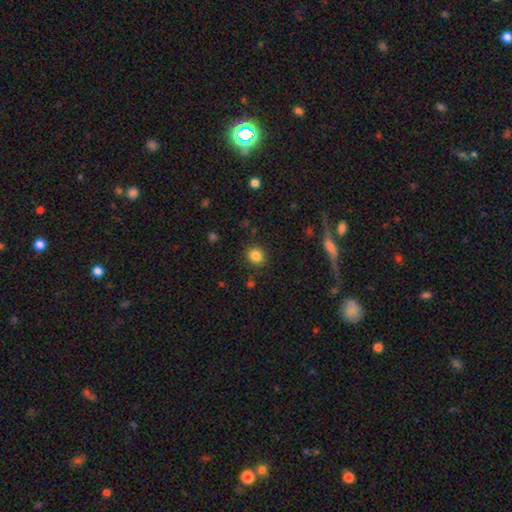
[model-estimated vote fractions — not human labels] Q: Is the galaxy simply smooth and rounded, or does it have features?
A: smooth — 84%.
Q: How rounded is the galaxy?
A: round — 89%.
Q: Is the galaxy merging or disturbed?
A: none — 89%.